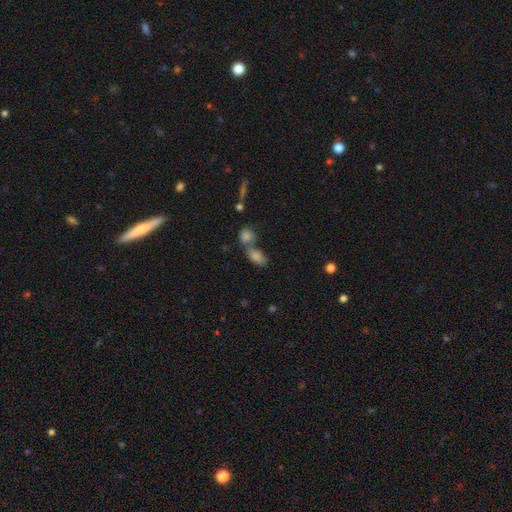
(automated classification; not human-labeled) A smooth galaxy with no disk features (72%) that is in between round and cigar-shaped (81%).

Vote fractions:
- Smooth or featured? smooth: 72% / star or artifact: 16% / featured or disk: 12%
- How rounded? in between: 81% / round: 13% / cigar-shaped: 6%
- Merging? merger: 46% / none: 41% / minor disturbance: 9% / major disturbance: 5%